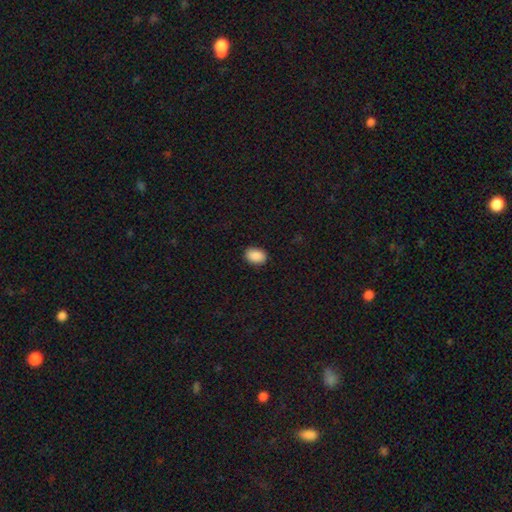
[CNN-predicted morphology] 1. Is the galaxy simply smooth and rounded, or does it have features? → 90% smooth, 7% star or artifact, 3% featured or disk.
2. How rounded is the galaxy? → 81% in between, 18% round, 1% cigar-shaped.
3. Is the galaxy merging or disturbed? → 89% none, 8% minor disturbance, 2% major disturbance, 1% merger.